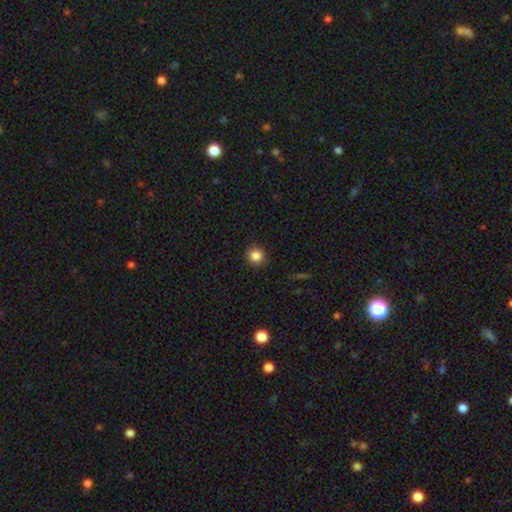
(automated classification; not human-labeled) A smooth galaxy with no disk features (85%) that is round (91%). Merging: none (91%).